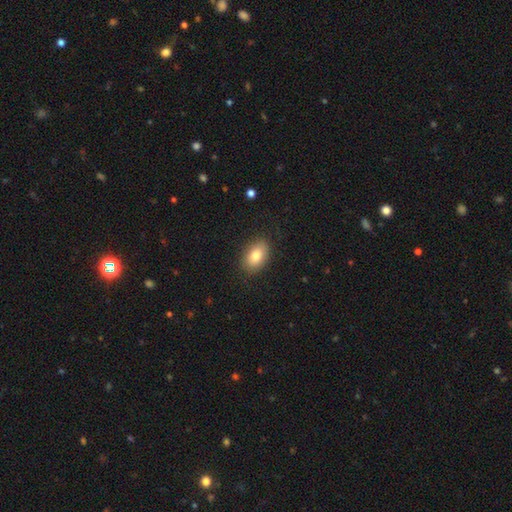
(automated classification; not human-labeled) Morphology: type=smooth (80%); roundness=in between (87%); merging=none (85%).